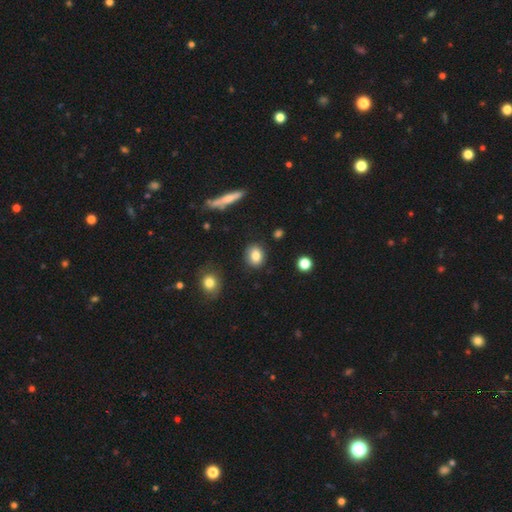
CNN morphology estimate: This is clearly a smooth galaxy (82%). How rounded: possibly round (56%). Merging: clearly none (87%).